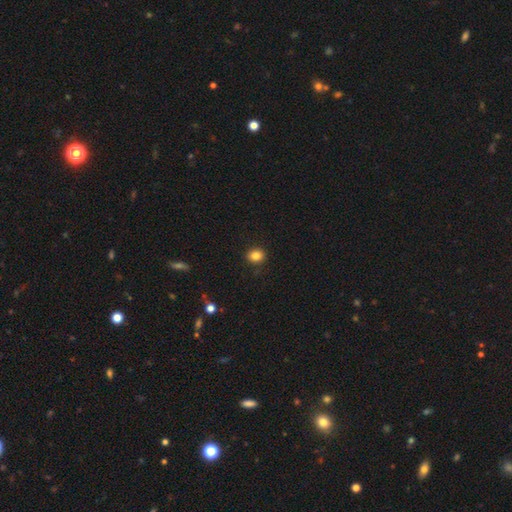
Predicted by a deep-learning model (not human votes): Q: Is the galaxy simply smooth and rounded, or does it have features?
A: smooth — 84%.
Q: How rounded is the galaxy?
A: round — 62%.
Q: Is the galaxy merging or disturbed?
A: none — 88%.